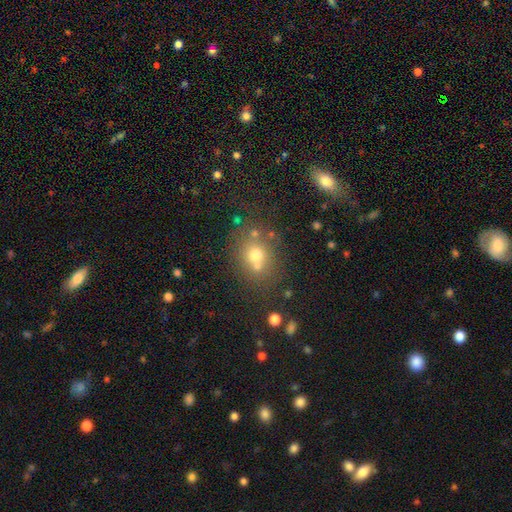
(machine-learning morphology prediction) Smooth or featured? Predicted: smooth (p=0.65). How rounded? Predicted: round (p=0.72). Merging? Predicted: none (p=0.58).